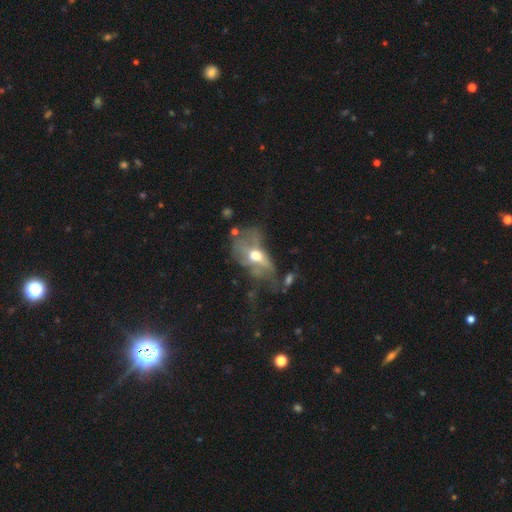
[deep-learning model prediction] Smooth or featured? featured or disk (56%)
Edge-on disk? no (88%)
Merging? major disturbance (51%)